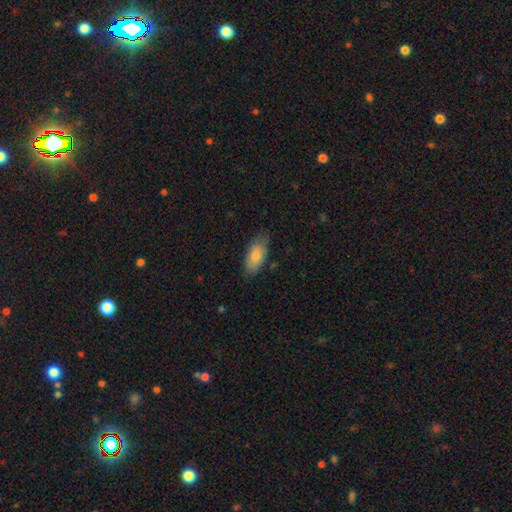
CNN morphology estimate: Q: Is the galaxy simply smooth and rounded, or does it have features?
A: smooth — 81%.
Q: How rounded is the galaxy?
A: in between — 88%.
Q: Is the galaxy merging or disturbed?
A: none — 75%.